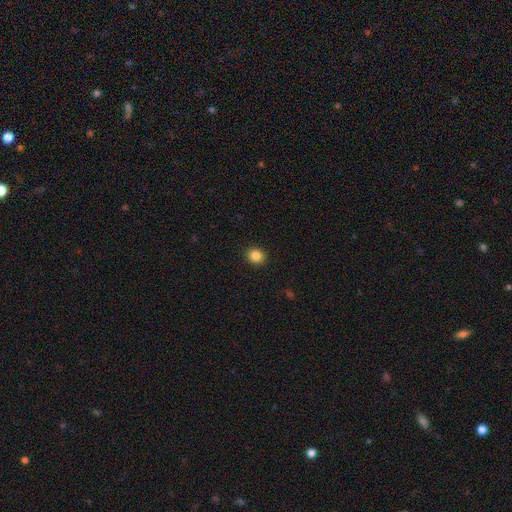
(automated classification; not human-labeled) Smooth or featured?
  - smooth: 86% *
  - star or artifact: 10%
  - featured or disk: 4%
How rounded?
  - round: 81% *
  - in between: 18%
  - cigar-shaped: 1%
Merging?
  - none: 92% *
  - minor disturbance: 5%
  - major disturbance: 2%
  - merger: 1%